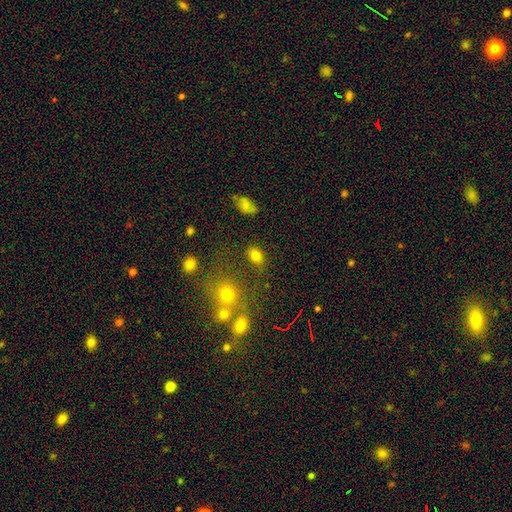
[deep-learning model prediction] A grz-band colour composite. It shows a smooth galaxy with no disk features (78%) that is in between round and cigar-shaped (73%). Merging: none (72%).